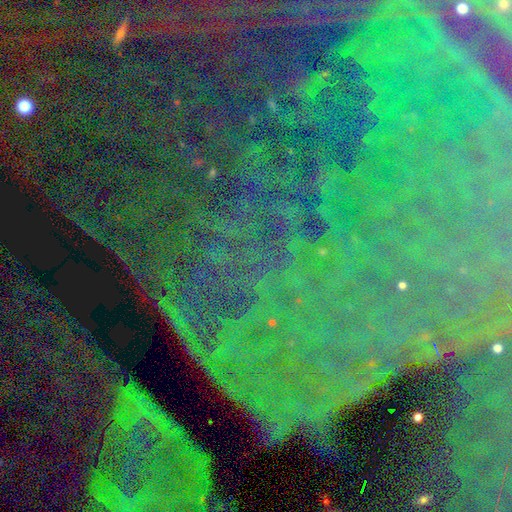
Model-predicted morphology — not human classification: Smooth or featured? star or artifact (84%)